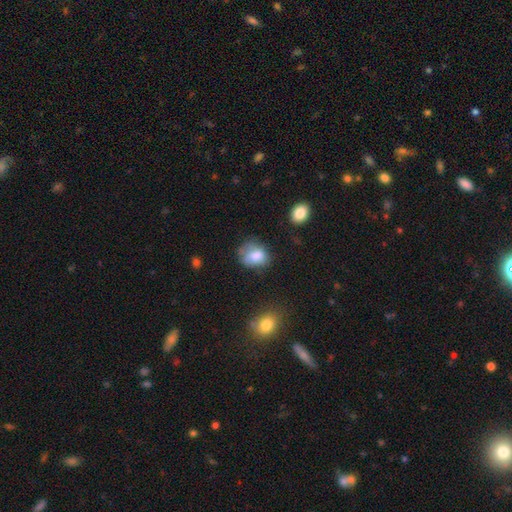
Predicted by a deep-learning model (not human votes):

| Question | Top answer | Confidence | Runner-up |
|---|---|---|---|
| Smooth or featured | smooth | 77% | featured or disk (14%) |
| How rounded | in between | 56% | round (43%) |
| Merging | none | 48% | minor disturbance (31%) |